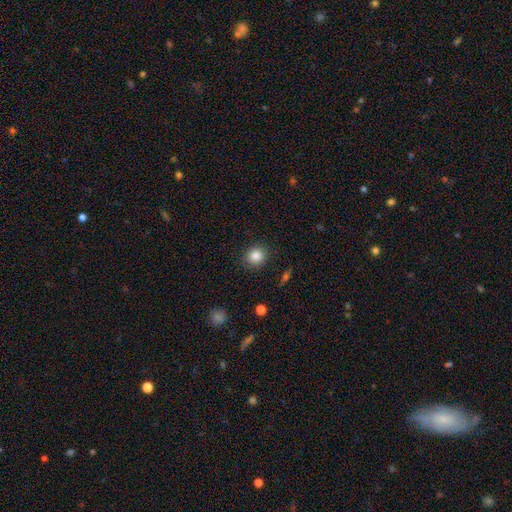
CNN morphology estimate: Q: Smooth or featured?
A: smooth (85%); runner-up: star or artifact (10%)
Q: How rounded?
A: round (83%); runner-up: in between (16%)
Q: Merging?
A: none (89%); runner-up: minor disturbance (7%)